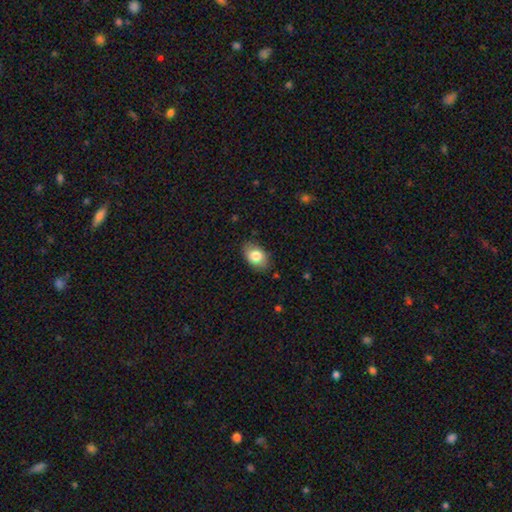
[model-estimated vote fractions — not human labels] smooth-or-featured: smooth: 82% | featured or disk: 11% | star or artifact: 7%
  how-rounded: in between: 86% | round: 13% | cigar-shaped: 1%
  merging: none: 83% | minor disturbance: 14% | major disturbance: 3% | merger: 1%